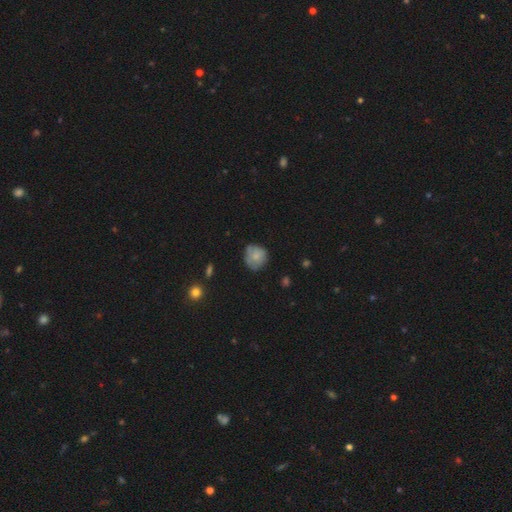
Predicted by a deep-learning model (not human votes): Morphology: type=smooth (75%); roundness=round (85%); merging=none (65%).